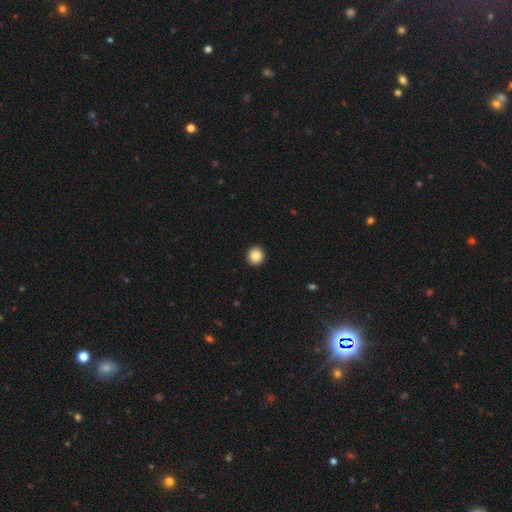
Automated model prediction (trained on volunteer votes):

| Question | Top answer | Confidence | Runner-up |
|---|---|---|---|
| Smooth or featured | smooth | 88% | star or artifact (9%) |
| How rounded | round | 90% | in between (9%) |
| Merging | none | 93% | minor disturbance (5%) |